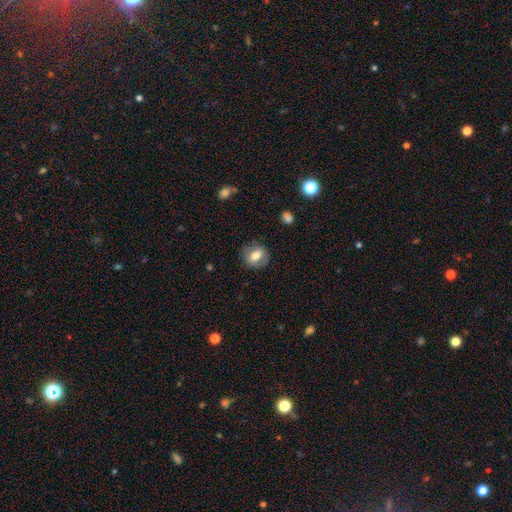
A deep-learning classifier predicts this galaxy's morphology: Smooth or featured: smooth — 68% (featured or disk — 23%)
How rounded: round — 70% (in between — 29%)
Merging: none — 84% (minor disturbance — 11%)